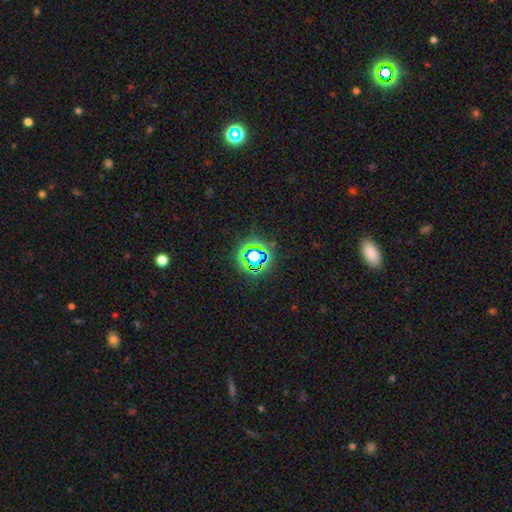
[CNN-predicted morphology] Overall: star or artifact (66%).